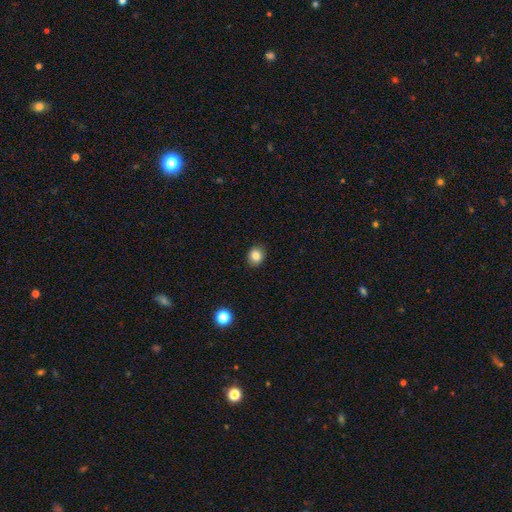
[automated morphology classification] A smooth galaxy with no disk features (85%) that is round (78%).

Vote fractions:
- Smooth or featured? smooth: 85% / star or artifact: 11% / featured or disk: 5%
- How rounded? round: 78% / in between: 21% / cigar-shaped: 1%
- Merging? none: 90% / minor disturbance: 7% / major disturbance: 2% / merger: 1%